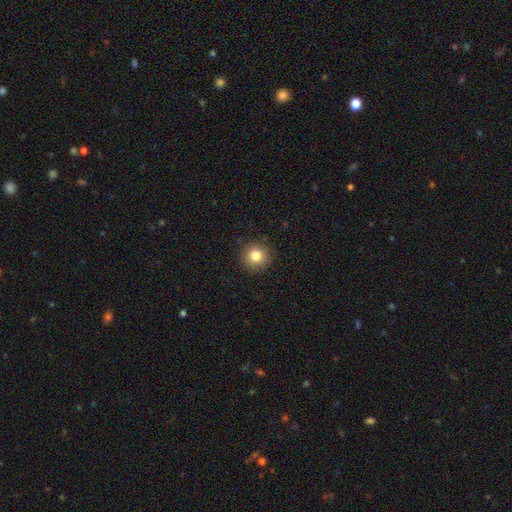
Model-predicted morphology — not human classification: Smooth or featured? smooth (82%)
How rounded? round (94%)
Merging? none (91%)